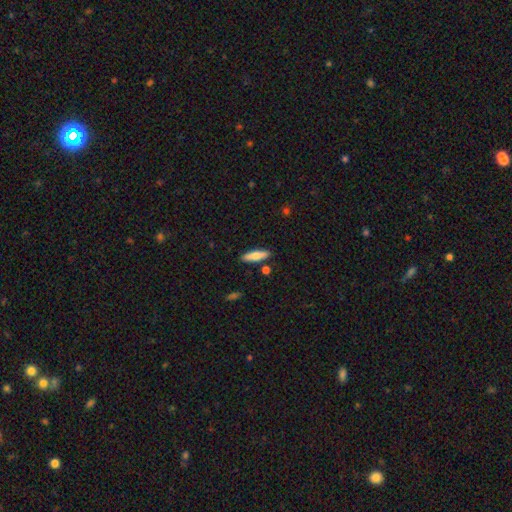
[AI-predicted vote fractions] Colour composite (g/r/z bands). It shows a smooth galaxy with no disk features (71%) that is cigar-shaped (70%). Merging: none (86%).